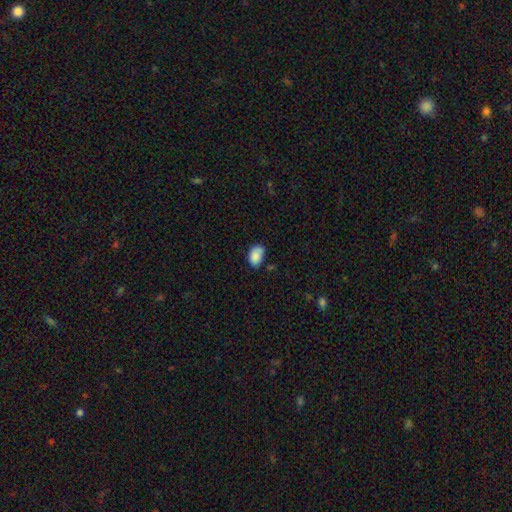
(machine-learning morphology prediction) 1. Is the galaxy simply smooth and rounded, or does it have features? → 86% smooth, 8% star or artifact, 6% featured or disk.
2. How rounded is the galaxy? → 84% in between, 15% round, 1% cigar-shaped.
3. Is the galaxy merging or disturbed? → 58% none, 31% minor disturbance, 6% major disturbance, 5% merger.